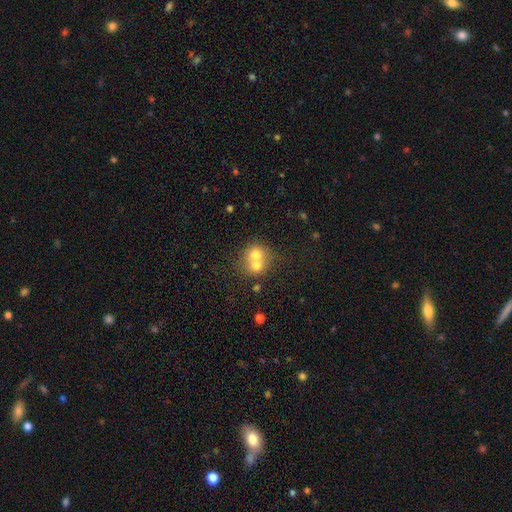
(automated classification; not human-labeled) Smooth or featured? Predicted: smooth (p=0.67). How rounded? Predicted: round (p=0.79). Merging? Predicted: merger (p=0.67).